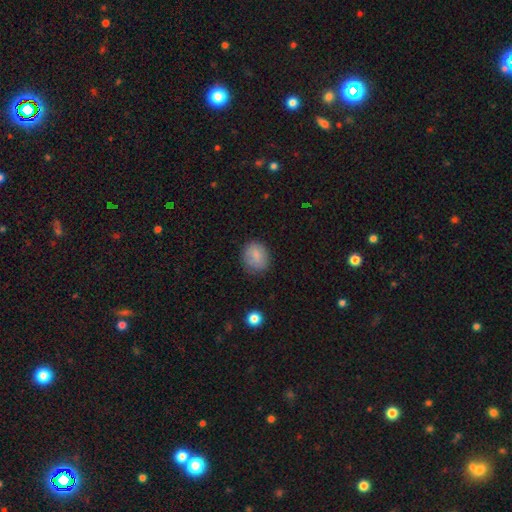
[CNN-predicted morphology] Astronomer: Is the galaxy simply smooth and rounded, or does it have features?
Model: smooth — 80%.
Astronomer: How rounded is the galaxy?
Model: round — 67%.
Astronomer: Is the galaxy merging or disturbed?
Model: none — 75%.